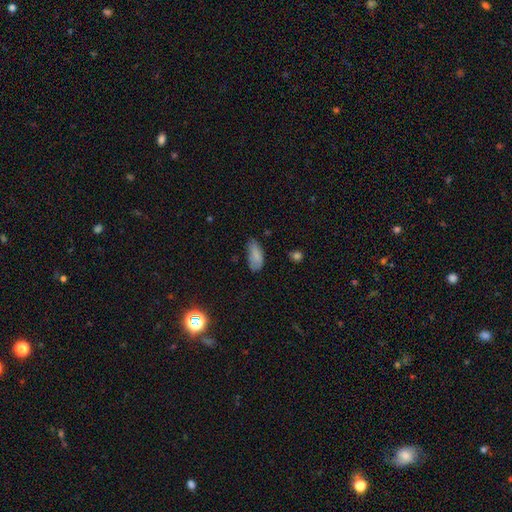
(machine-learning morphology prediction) A smooth galaxy with no disk features (81%) that is in between round and cigar-shaped (88%).

Vote fractions:
- Smooth or featured? smooth: 81% / featured or disk: 11% / star or artifact: 9%
- How rounded? in between: 88% / cigar-shaped: 9% / round: 3%
- Merging? none: 49% / minor disturbance: 37% / major disturbance: 11% / merger: 3%